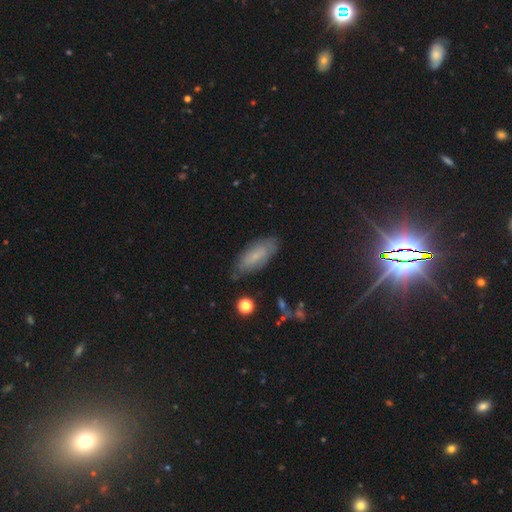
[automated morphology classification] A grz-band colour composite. It shows a smooth galaxy with no disk features (62%) that is in between round and cigar-shaped (77%). Merging: none (73%).